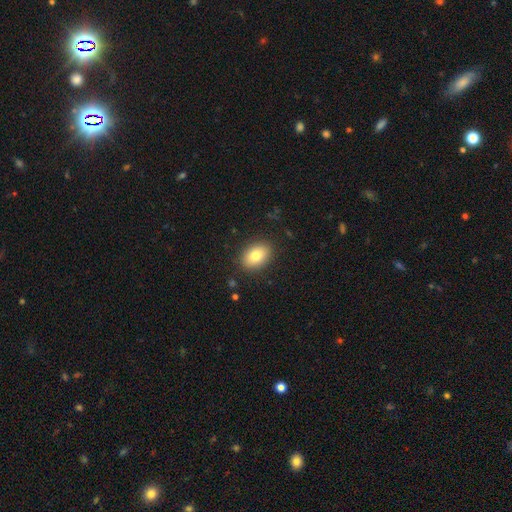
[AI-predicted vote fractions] A smooth galaxy with no disk features (80%) that is in between round and cigar-shaped (78%).

Vote fractions:
- Smooth or featured? smooth: 80% / featured or disk: 11% / star or artifact: 8%
- How rounded? in between: 78% / round: 21% / cigar-shaped: 1%
- Merging? none: 87% / minor disturbance: 9% / major disturbance: 3% / merger: 1%